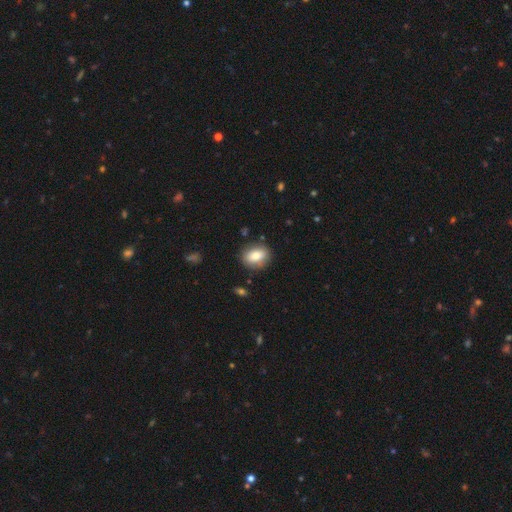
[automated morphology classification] Smooth or featured? Predicted: smooth (p=0.79). How rounded? Predicted: in between (p=0.63). Merging? Predicted: none (p=0.84).